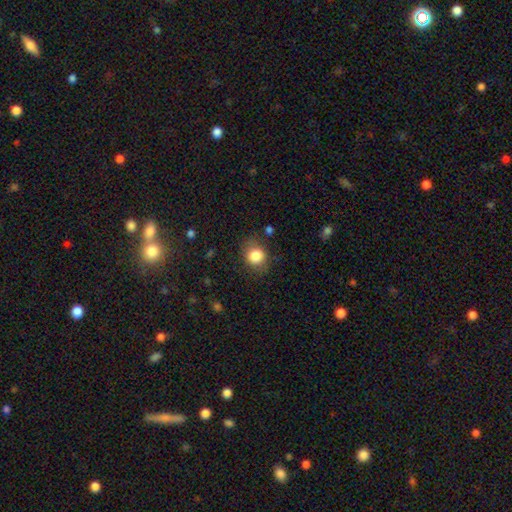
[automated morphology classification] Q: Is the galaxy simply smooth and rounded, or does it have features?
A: smooth — 84%.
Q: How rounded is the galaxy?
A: round — 76%.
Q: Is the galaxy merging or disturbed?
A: none — 76%.